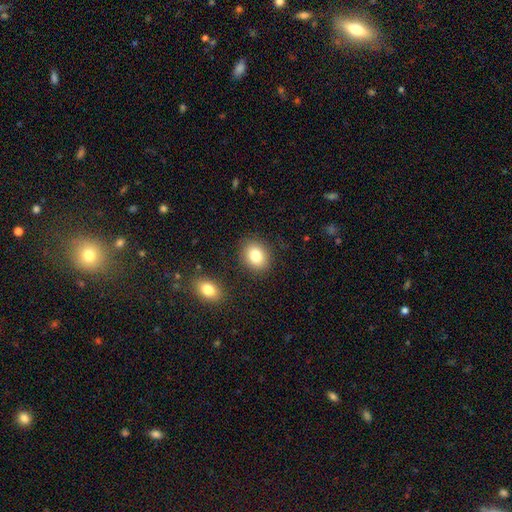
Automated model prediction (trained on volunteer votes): This is clearly a smooth galaxy (82%). How rounded: possibly round (50%). Merging: clearly none (86%).